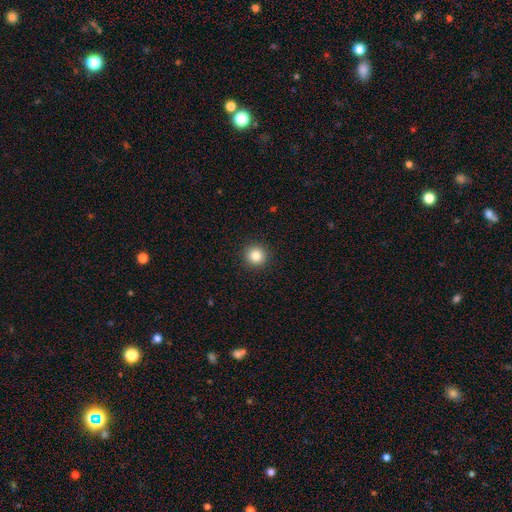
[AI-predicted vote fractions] smooth_or_featured: smooth (p=0.84) [alt: star or artifact p=0.11]
how_rounded: round (p=0.95) [alt: in between p=0.05]
merging: none (p=0.93) [alt: minor disturbance p=0.05]